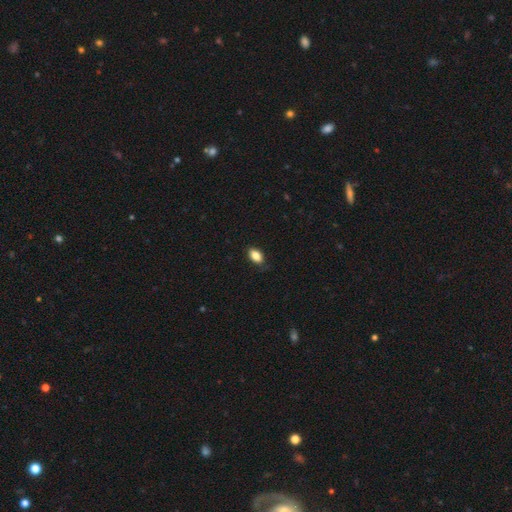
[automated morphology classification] type=smooth (85%); roundness=in between (90%); merging=none (83%).